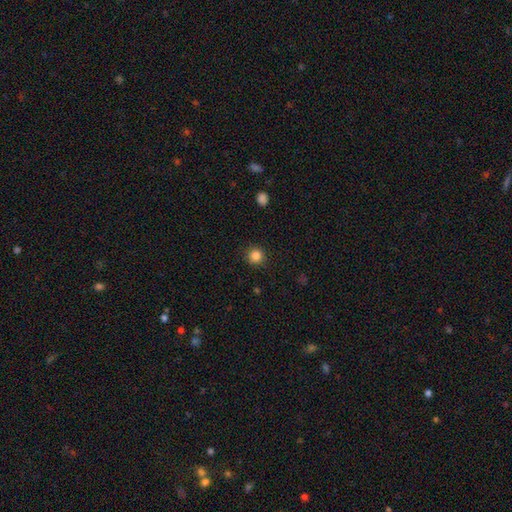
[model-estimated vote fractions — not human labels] smooth_or_featured: smooth (p=0.84) [alt: star or artifact p=0.11]
how_rounded: round (p=0.94) [alt: in between p=0.05]
merging: none (p=0.90) [alt: minor disturbance p=0.06]